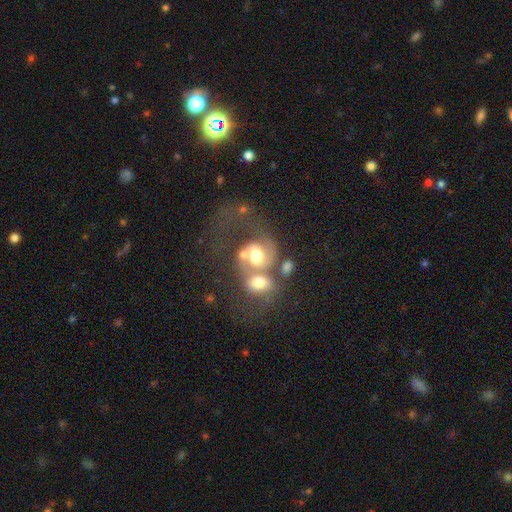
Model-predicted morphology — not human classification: A featured or disk galaxy (60%) with no bar (66%), spiral arms (79%) and a moderate central bulge (57%). Merging: merger (61%).